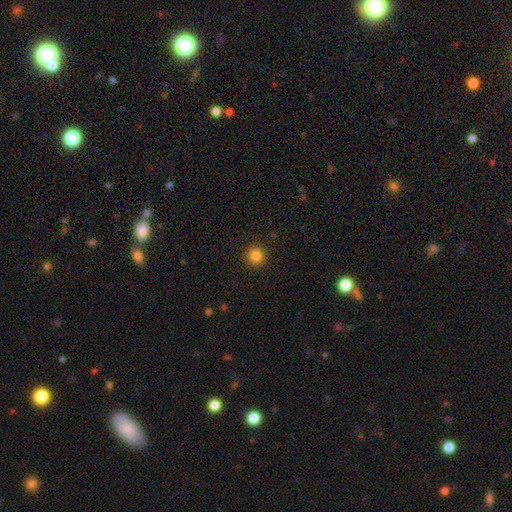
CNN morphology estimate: Smooth or featured: smooth — 84% (star or artifact — 12%)
How rounded: round — 94% (in between — 5%)
Merging: none — 92% (minor disturbance — 5%)